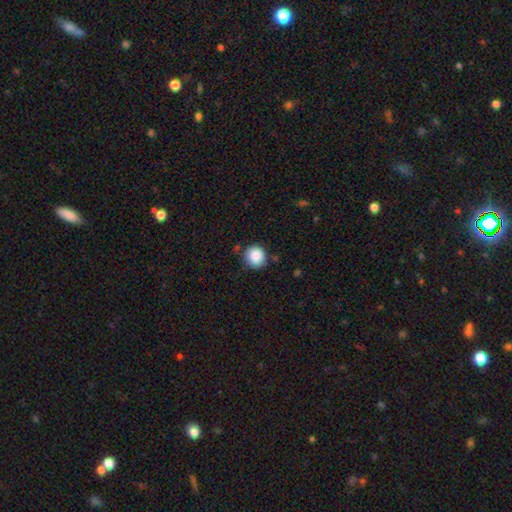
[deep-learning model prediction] This appears to be a smooth galaxy with no disk features (87%) that is round (90%). Merging: none (82%).